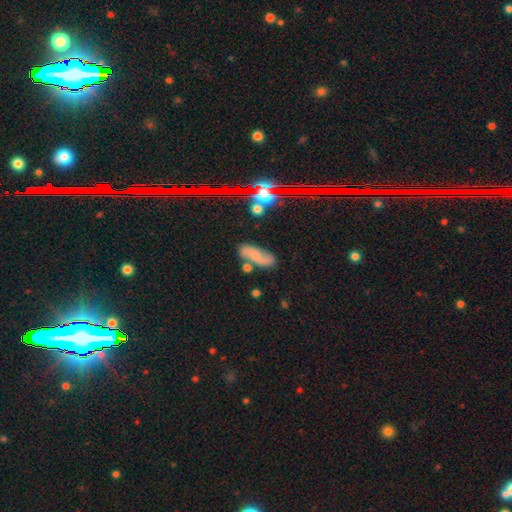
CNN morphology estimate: smooth-or-featured: smooth: 46% | featured or disk: 38% | star or artifact: 15%
  merging: none: 63% | minor disturbance: 19% | merger: 12% | major disturbance: 7%